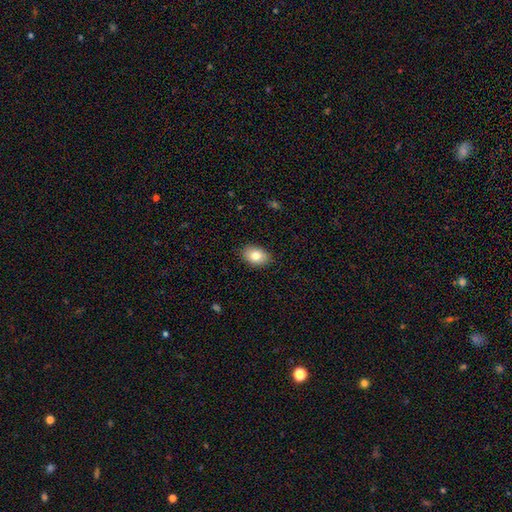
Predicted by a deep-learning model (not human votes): Overall: smooth (82%). How rounded: in between (84%). Merging: none (88%).